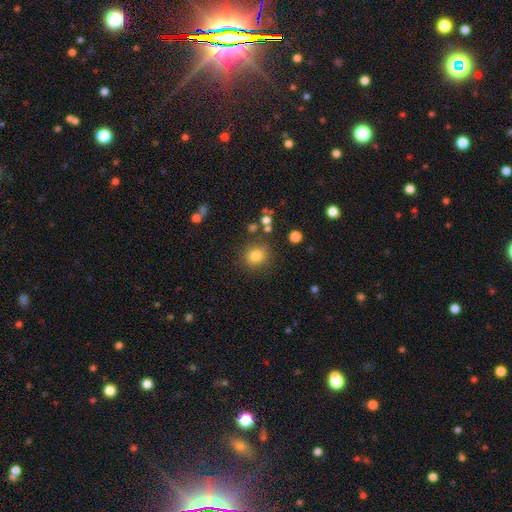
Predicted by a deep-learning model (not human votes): This appears to be a smooth galaxy with no disk features (82%) that is round (75%). Merging: none (80%).